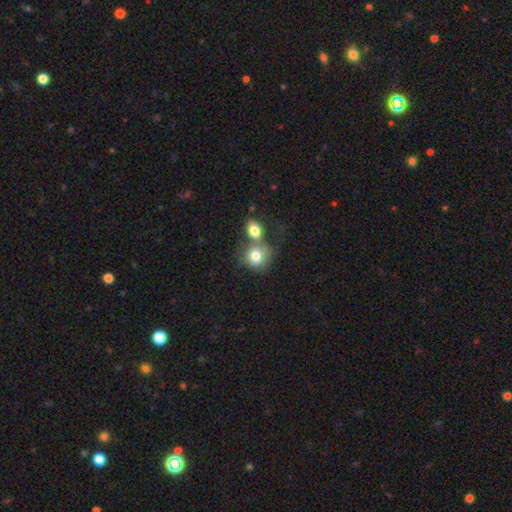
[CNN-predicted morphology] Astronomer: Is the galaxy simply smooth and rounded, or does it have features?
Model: smooth — 77%.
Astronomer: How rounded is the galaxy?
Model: round — 65%.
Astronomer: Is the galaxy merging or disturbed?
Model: merger — 52% (runner-up: none, 31%).